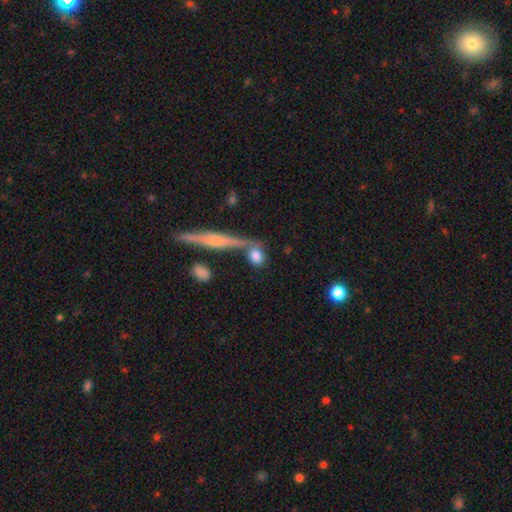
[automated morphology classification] This is likely a smooth galaxy (78%). How rounded: possibly round (55%). Merging: possibly none (58%).